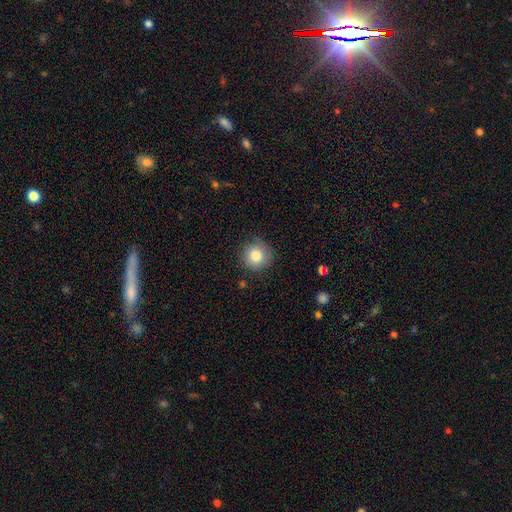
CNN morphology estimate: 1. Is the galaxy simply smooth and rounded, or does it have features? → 83% smooth, 9% star or artifact, 8% featured or disk.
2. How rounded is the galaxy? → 94% round, 5% in between, 1% cigar-shaped.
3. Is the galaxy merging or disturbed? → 84% none, 12% minor disturbance, 3% major disturbance, 1% merger.